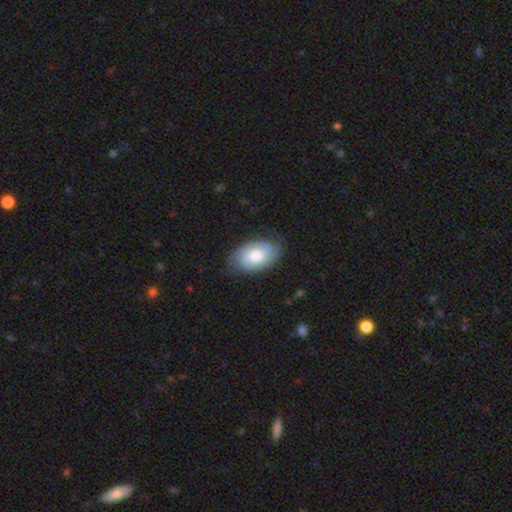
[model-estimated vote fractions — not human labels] Overall: featured or disk (53%; smooth 41%). Edge-on disk: no (95%). Bar: no (72%). Spiral arms: yes (84%). Bulge size: moderate (61%). Merging: none (76%).